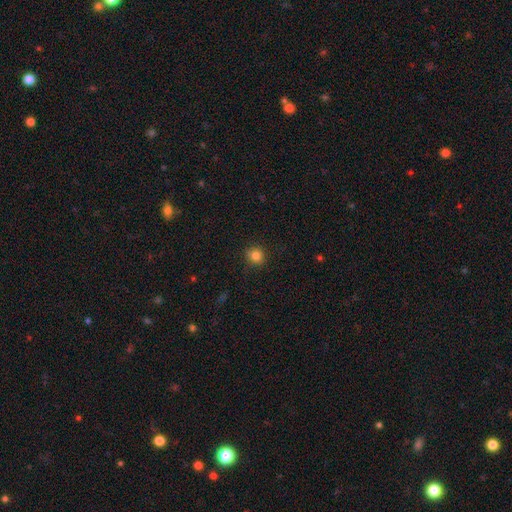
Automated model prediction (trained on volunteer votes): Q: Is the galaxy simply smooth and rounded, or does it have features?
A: smooth — 83%.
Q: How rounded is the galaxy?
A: round — 89%.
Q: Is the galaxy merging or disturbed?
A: none — 86%.